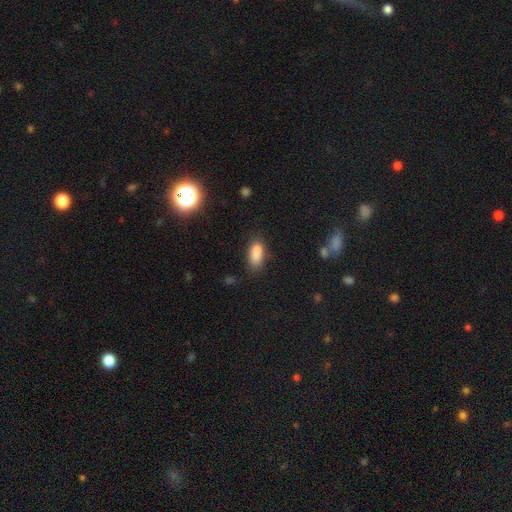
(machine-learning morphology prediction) This is clearly a smooth galaxy (83%). How rounded: clearly in between (82%). Merging: likely none (66%).